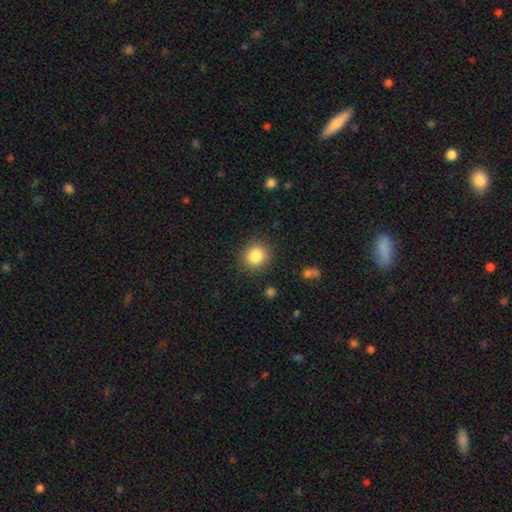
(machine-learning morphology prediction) type=smooth (84%); roundness=round (88%); merging=none (88%).